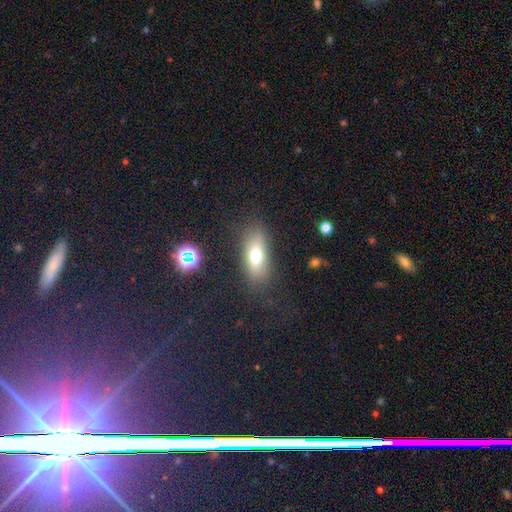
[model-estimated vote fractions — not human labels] Smooth or featured: smooth — 69% (featured or disk — 19%)
How rounded: in between — 75% (cigar-shaped — 19%)
Merging: none — 80% (minor disturbance — 13%)